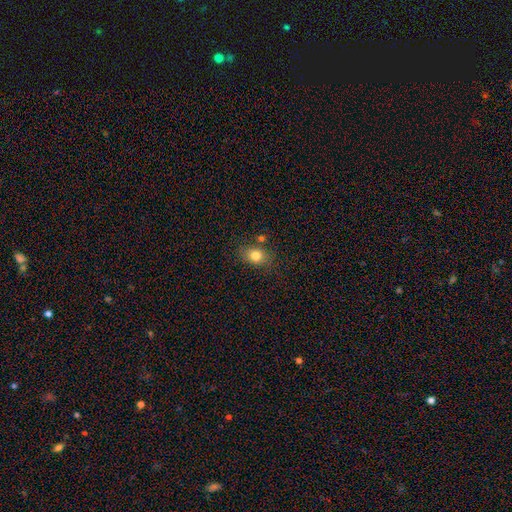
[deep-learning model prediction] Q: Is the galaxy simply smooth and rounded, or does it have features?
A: smooth — 81%.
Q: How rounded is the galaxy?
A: in between — 63%.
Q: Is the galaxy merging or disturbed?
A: none — 74%.